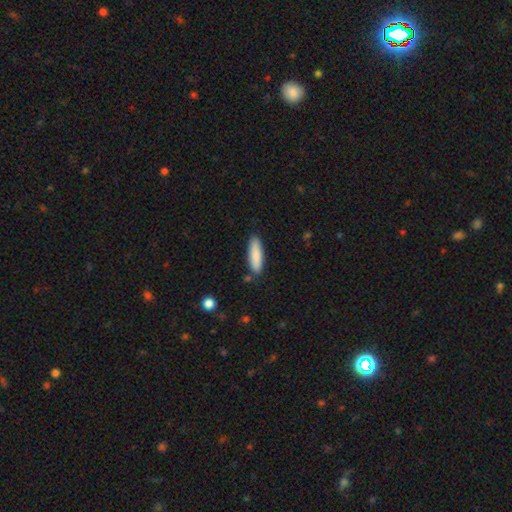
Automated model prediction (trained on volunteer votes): A smooth galaxy with no disk features (86%) that is cigar-shaped (65%).

Vote fractions:
- Smooth or featured? smooth: 86% / featured or disk: 9% / star or artifact: 6%
- How rounded? cigar-shaped: 65% / in between: 33% / round: 1%
- Merging? none: 85% / minor disturbance: 11% / merger: 2% / major disturbance: 2%